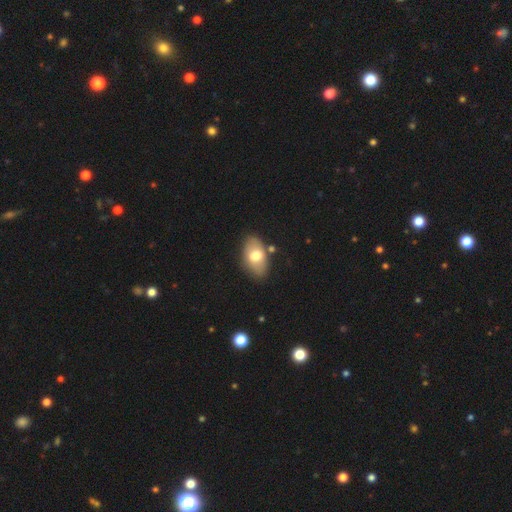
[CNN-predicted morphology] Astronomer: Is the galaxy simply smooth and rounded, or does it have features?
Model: smooth — 69%.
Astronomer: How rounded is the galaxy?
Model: in between — 92%.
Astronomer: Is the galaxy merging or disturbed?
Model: none — 77%.